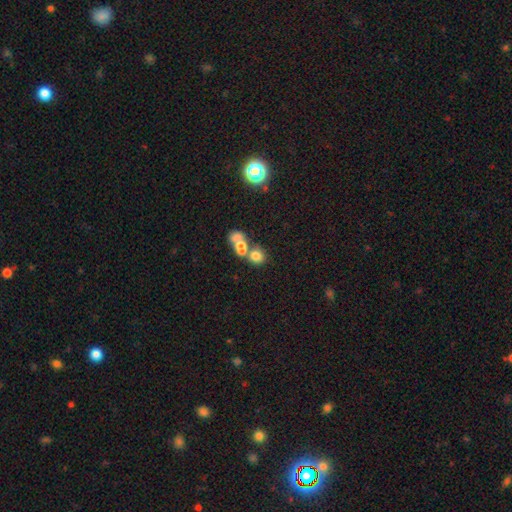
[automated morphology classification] The model was most divided on "merging": merger: 58%, none: 31%, minor disturbance: 7%, major disturbance: 5%. More confident: smooth or featured — smooth (71%); how rounded — round (68%).